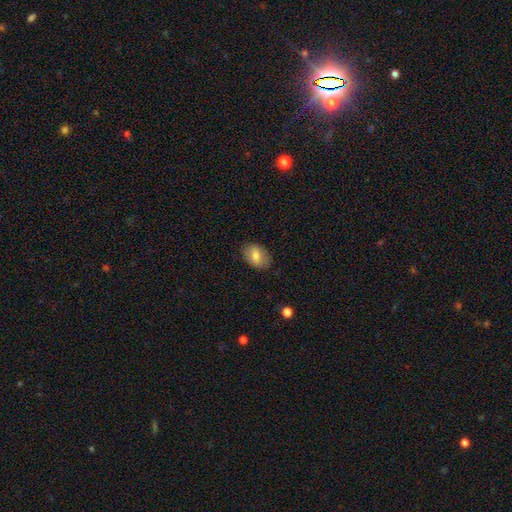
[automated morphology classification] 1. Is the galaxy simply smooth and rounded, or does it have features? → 73% smooth, 20% featured or disk, 7% star or artifact.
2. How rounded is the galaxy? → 86% in between, 13% round, 1% cigar-shaped.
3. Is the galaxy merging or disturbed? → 83% none, 13% minor disturbance, 3% major disturbance, 1% merger.